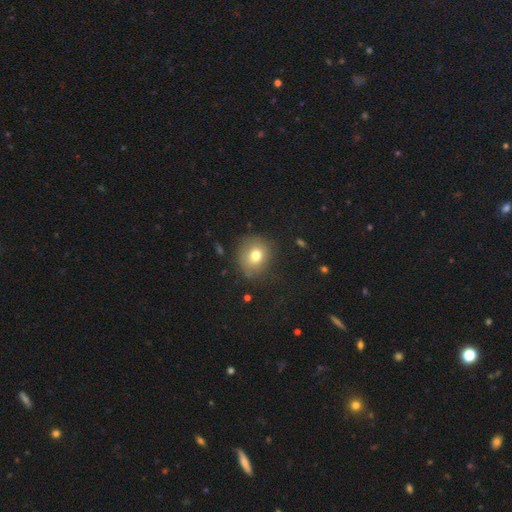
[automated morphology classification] This appears to be a smooth galaxy with no disk features (76%) that is round (79%). Merging: none (76%).